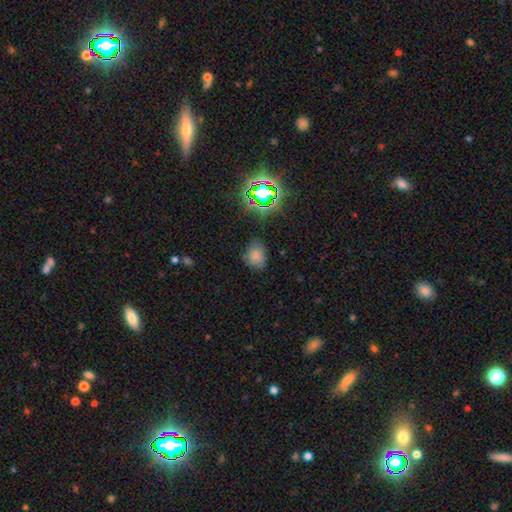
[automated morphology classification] Smooth or featured?
  - smooth: 69% *
  - star or artifact: 21%
  - featured or disk: 10%
How rounded?
  - in between: 57% *
  - round: 42%
  - cigar-shaped: 1%
Merging?
  - none: 67% *
  - minor disturbance: 24%
  - major disturbance: 7%
  - merger: 3%